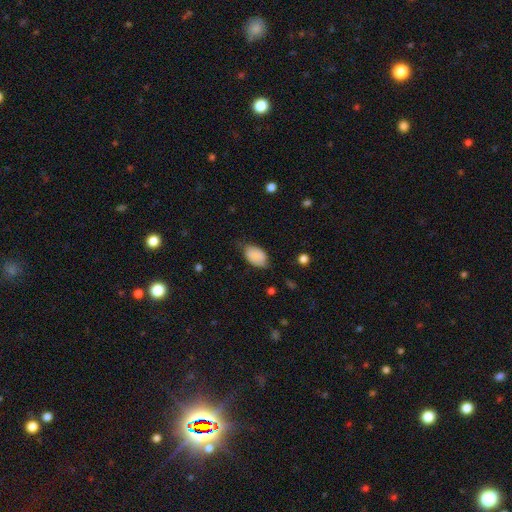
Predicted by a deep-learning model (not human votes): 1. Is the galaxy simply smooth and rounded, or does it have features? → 83% smooth, 10% featured or disk, 7% star or artifact.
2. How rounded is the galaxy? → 90% in between, 9% round, 1% cigar-shaped.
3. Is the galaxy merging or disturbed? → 59% none, 32% minor disturbance, 7% major disturbance, 1% merger.